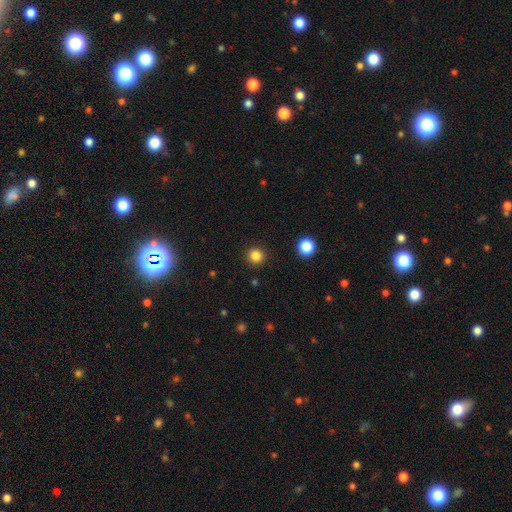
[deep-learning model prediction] This appears to be a smooth galaxy with no disk features (83%) that is round (95%). Merging: none (92%).